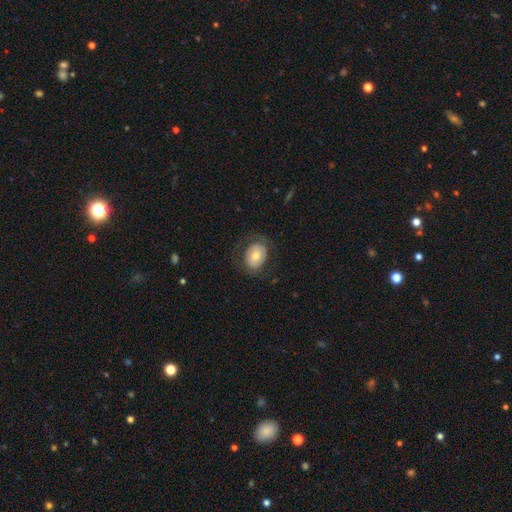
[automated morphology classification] Smooth or featured? Predicted: smooth (p=0.62). How rounded? Predicted: in between (p=0.57). Merging? Predicted: none (p=0.68).